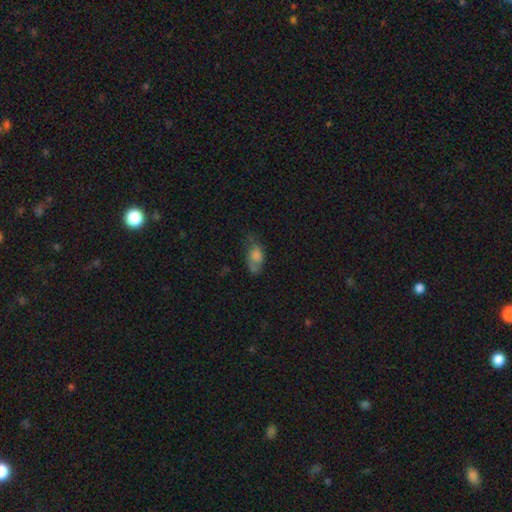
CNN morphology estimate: Smooth or featured? smooth (55%)
How rounded? in between (83%)
Merging? none (46%)